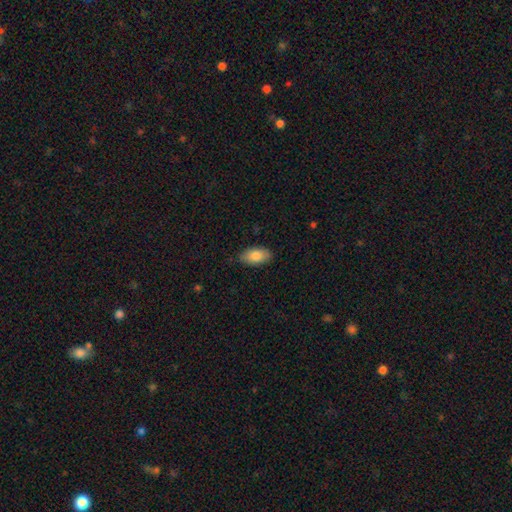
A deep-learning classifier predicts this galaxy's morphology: Q: Smooth or featured?
A: smooth (85%); runner-up: featured or disk (9%)
Q: How rounded?
A: in between (94%); runner-up: round (3%)
Q: Merging?
A: none (84%); runner-up: minor disturbance (13%)